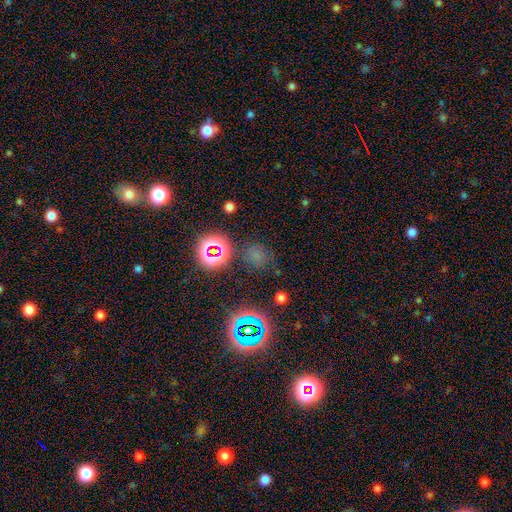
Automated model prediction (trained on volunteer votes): Morphology: type=smooth (51%); roundness=round (80%); merging=none (76%).